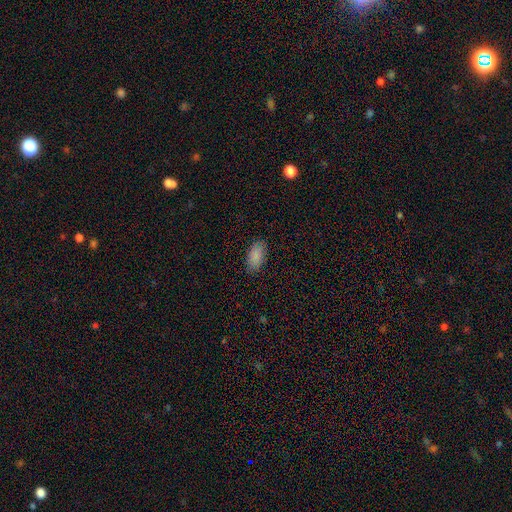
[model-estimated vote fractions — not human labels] The model was most divided on "merging": none: 86%, minor disturbance: 11%, major disturbance: 2%, merger: 1%. More confident: how rounded — in between (94%); smooth or featured — smooth (88%).